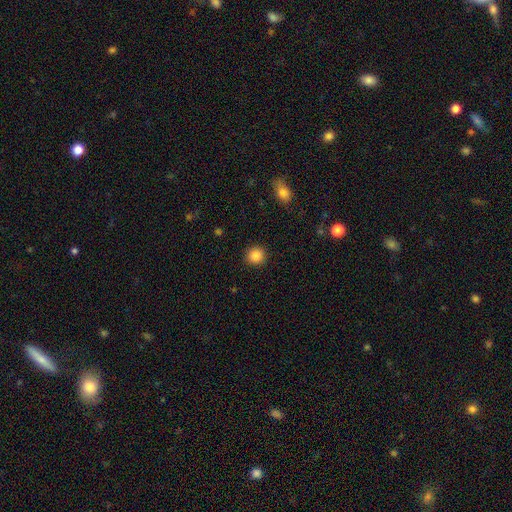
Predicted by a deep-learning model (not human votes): Smooth or featured?
  - smooth: 87% *
  - star or artifact: 10%
  - featured or disk: 4%
How rounded?
  - round: 91% *
  - in between: 8%
  - cigar-shaped: 1%
Merging?
  - none: 91% *
  - minor disturbance: 6%
  - major disturbance: 2%
  - merger: 1%